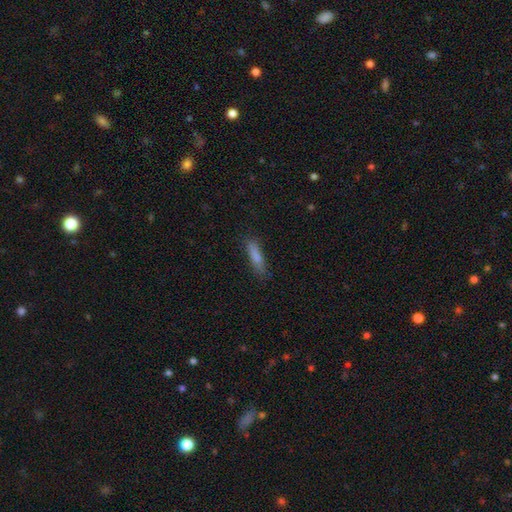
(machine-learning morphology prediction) Smooth or featured: smooth — 80% (featured or disk — 12%)
How rounded: cigar-shaped — 70% (in between — 29%)
Merging: none — 77% (minor disturbance — 17%)